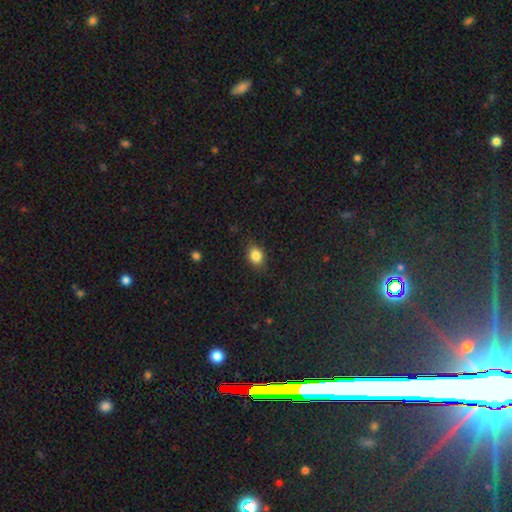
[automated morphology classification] smooth-or-featured: smooth: 84% | star or artifact: 10% | featured or disk: 6%
  how-rounded: in between: 54% | round: 44% | cigar-shaped: 1%
  merging: none: 81% | minor disturbance: 15% | major disturbance: 3% | merger: 1%